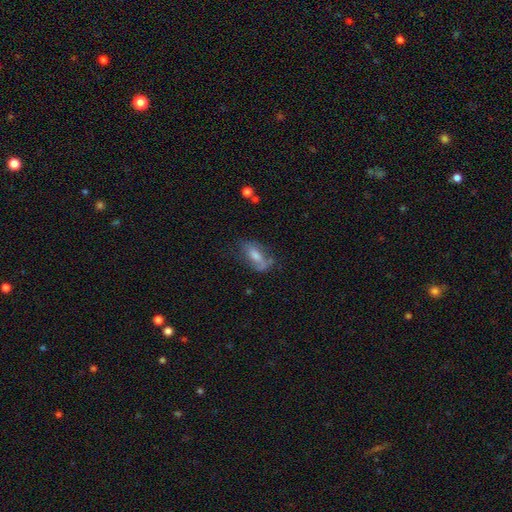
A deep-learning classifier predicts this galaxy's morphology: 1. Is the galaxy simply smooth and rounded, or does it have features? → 49% smooth, 39% featured or disk, 12% star or artifact.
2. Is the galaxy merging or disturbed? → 52% none, 27% minor disturbance, 16% major disturbance, 5% merger.